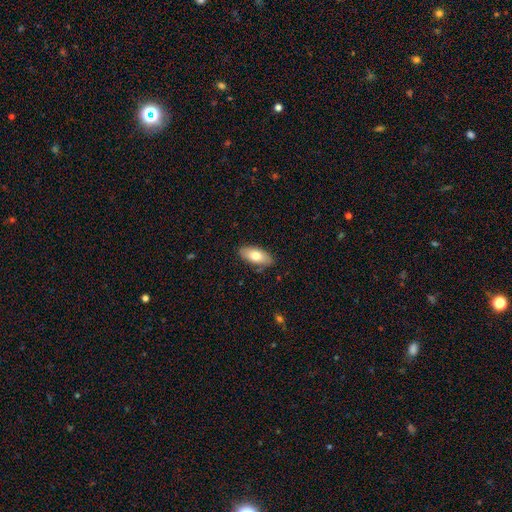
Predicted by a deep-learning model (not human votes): The model was most divided on "smooth or featured": smooth: 73%, featured or disk: 20%, star or artifact: 6%. More confident: how rounded — in between (89%); merging — none (85%).